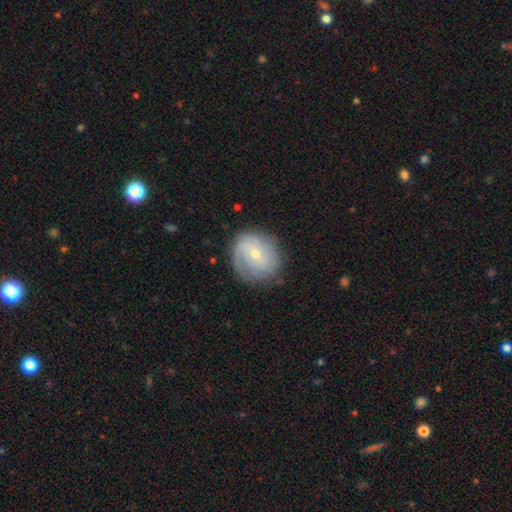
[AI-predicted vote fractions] Smooth or featured? featured or disk (45%)
Merging? none (79%)